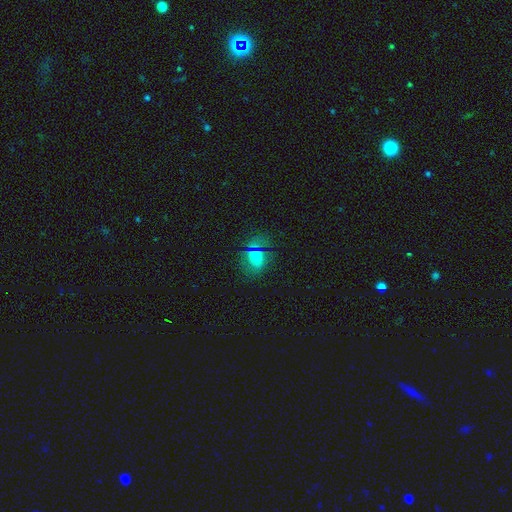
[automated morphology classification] Smooth or featured? smooth (61%)
How rounded? in between (53%)
Merging? none (67%)